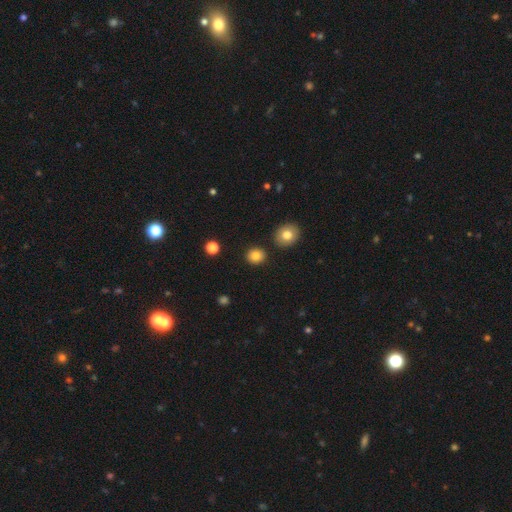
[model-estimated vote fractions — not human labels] Smooth or featured: smooth — 85% (star or artifact — 10%)
How rounded: round — 80% (in between — 19%)
Merging: none — 88% (minor disturbance — 7%)